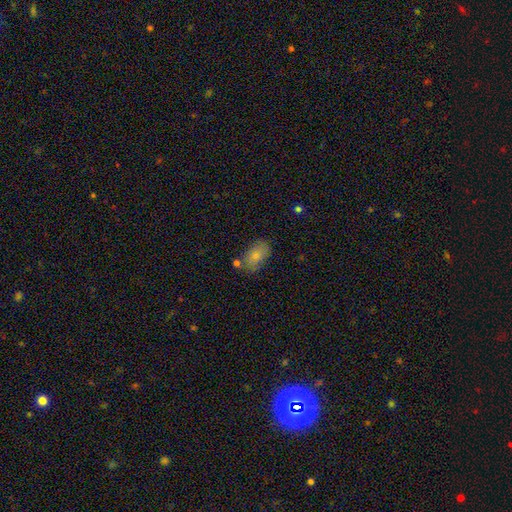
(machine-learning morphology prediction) A smooth galaxy with no disk features (77%) that is in between round and cigar-shaped (91%). Merging: none (66%).